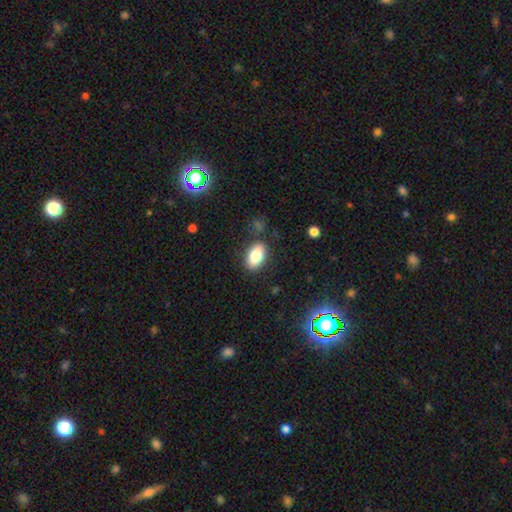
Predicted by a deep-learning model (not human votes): Smooth or featured?
  - smooth: 79% *
  - featured or disk: 13%
  - star or artifact: 8%
How rounded?
  - in between: 90% *
  - round: 7%
  - cigar-shaped: 3%
Merging?
  - none: 82% *
  - minor disturbance: 12%
  - major disturbance: 3%
  - merger: 3%